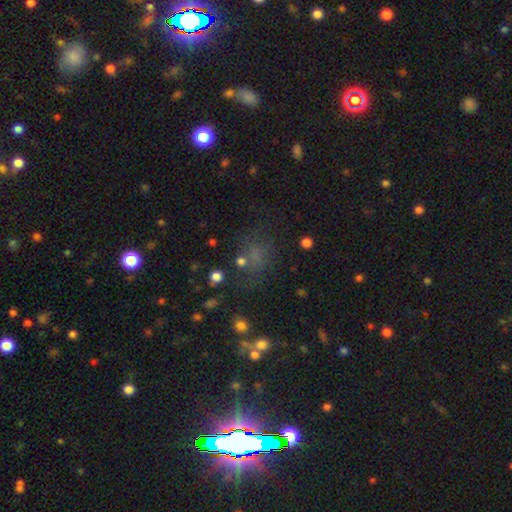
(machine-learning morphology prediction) The model was most divided on "how rounded": round: 55%, in between: 42%, cigar-shaped: 2%. More confident: merging — none (63%); smooth or featured — smooth (53%).